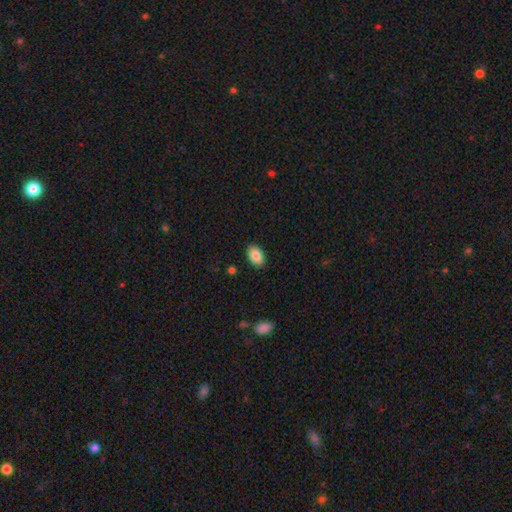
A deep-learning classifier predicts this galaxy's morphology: The model was most divided on "smooth or featured": smooth: 86%, star or artifact: 7%, featured or disk: 6%. More confident: how rounded — in between (89%); merging — none (89%).